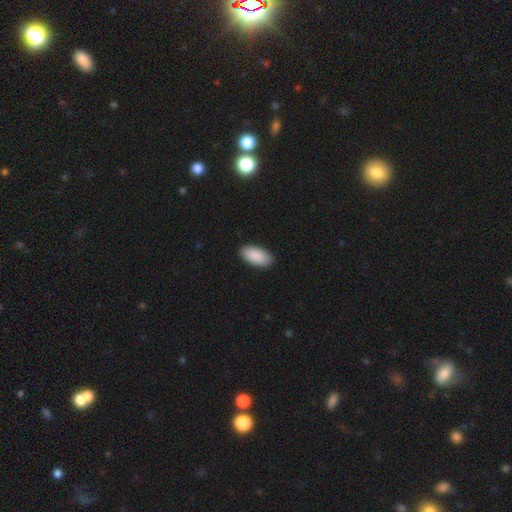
smooth-or-featured: smooth: 97% | star or artifact: 3% | featured or disk: 0%
  how-rounded: in between: 95% | cigar-shaped: 5% | round: 0%
  merging: none: 92% | minor disturbance: 8% | major disturbance: 0% | merger: 0%